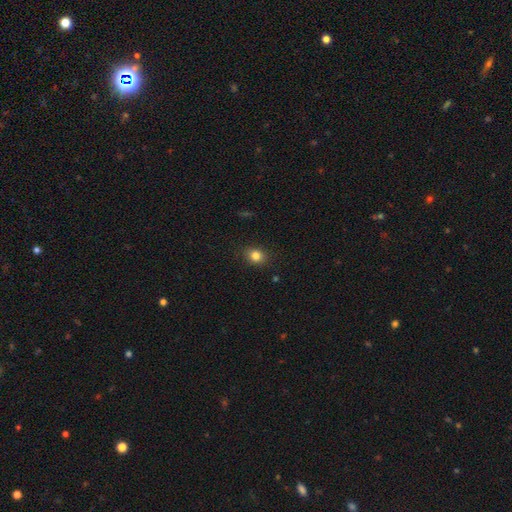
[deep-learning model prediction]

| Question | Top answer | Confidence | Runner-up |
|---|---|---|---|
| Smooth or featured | smooth | 82% | star or artifact (11%) |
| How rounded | round | 51% | in between (48%) |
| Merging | none | 87% | minor disturbance (9%) |